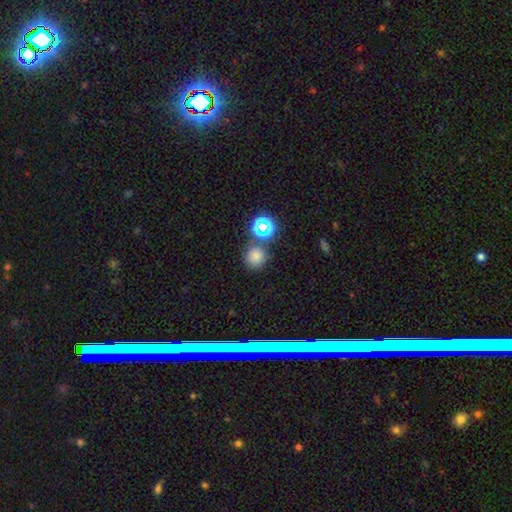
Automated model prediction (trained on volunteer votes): The model was most divided on "smooth or featured": smooth: 73%, star or artifact: 20%, featured or disk: 6%. More confident: how rounded — round (89%); merging — none (71%).